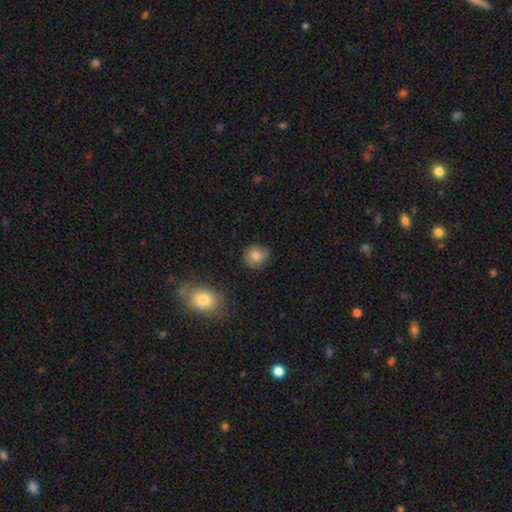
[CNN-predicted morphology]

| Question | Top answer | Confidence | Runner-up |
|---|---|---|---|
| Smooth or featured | smooth | 82% | star or artifact (9%) |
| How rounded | round | 81% | in between (18%) |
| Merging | none | 83% | minor disturbance (13%) |